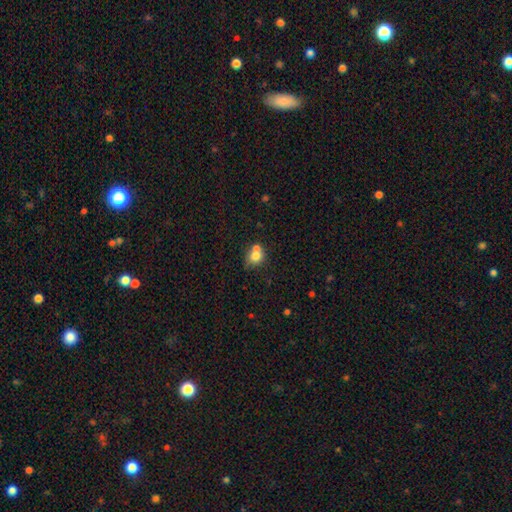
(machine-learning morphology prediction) Smooth or featured? smooth (75%)
How rounded? round (69%)
Merging? merger (44%)